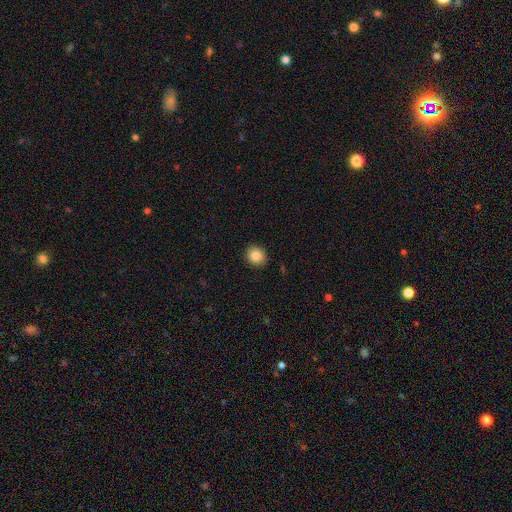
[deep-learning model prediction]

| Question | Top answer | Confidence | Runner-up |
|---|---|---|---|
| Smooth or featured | smooth | 84% | star or artifact (9%) |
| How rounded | round | 84% | in between (15%) |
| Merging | none | 92% | minor disturbance (6%) |